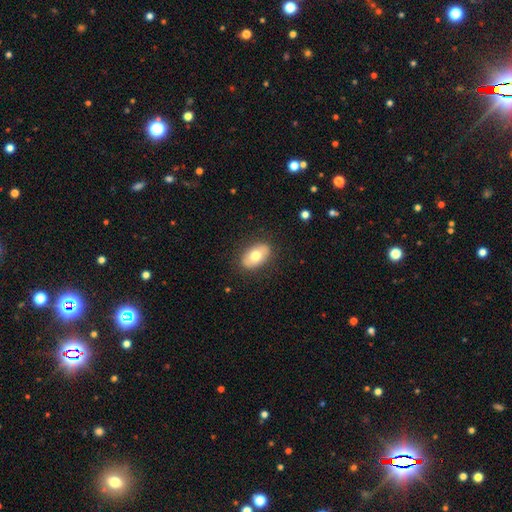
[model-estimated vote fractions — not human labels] Morphology: type=smooth (70%); roundness=in between (91%); merging=none (85%).